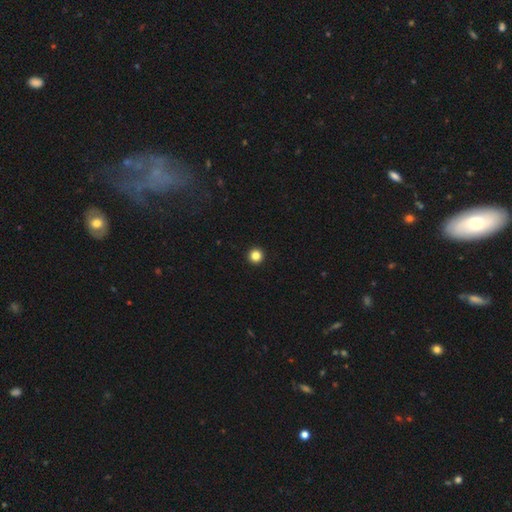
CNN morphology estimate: Smooth or featured: smooth — 84% (star or artifact — 12%)
How rounded: round — 97% (in between — 2%)
Merging: none — 95% (minor disturbance — 3%)